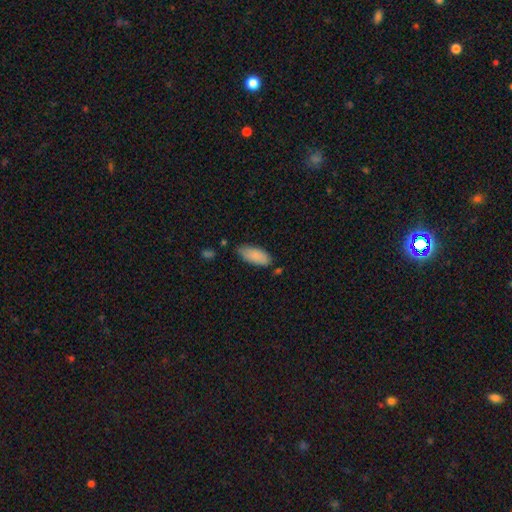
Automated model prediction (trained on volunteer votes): Smooth or featured? Predicted: smooth (p=0.87). How rounded? Predicted: in between (p=0.88). Merging? Predicted: none (p=0.65).